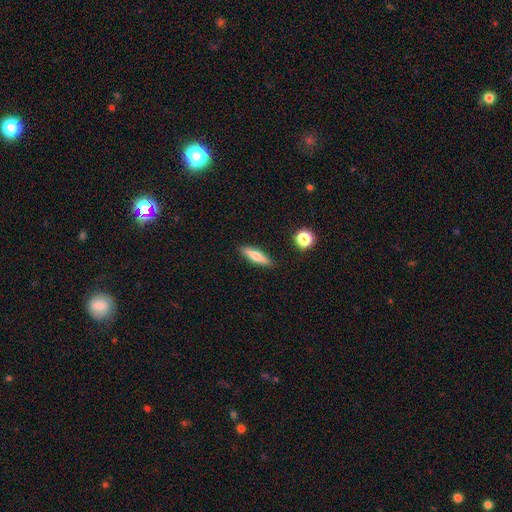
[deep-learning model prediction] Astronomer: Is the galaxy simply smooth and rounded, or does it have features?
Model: smooth — 64%.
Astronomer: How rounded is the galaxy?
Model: cigar-shaped — 71%.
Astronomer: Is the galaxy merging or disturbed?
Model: none — 88%.